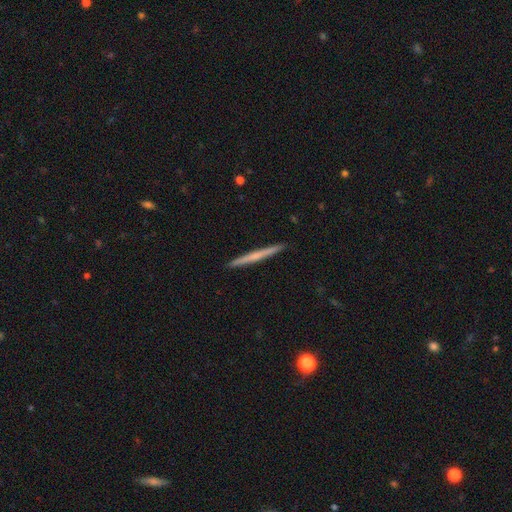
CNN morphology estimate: Smooth or featured: featured or disk — 51% (smooth — 44%)
Edge-on disk: yes — 98% (no — 2%)
Merging: none — 93% (minor disturbance — 5%)